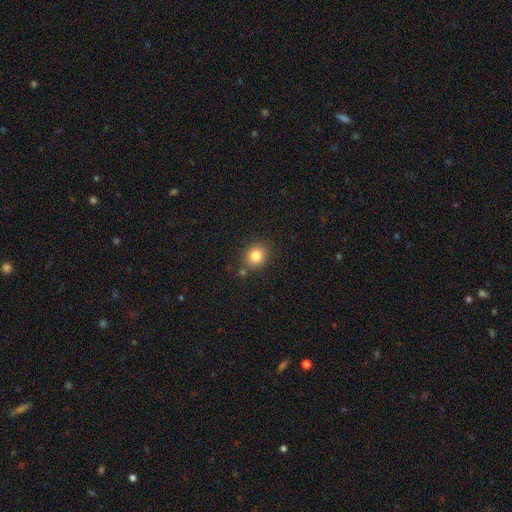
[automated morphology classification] Smooth or featured? smooth (82%)
How rounded? round (78%)
Merging? none (80%)